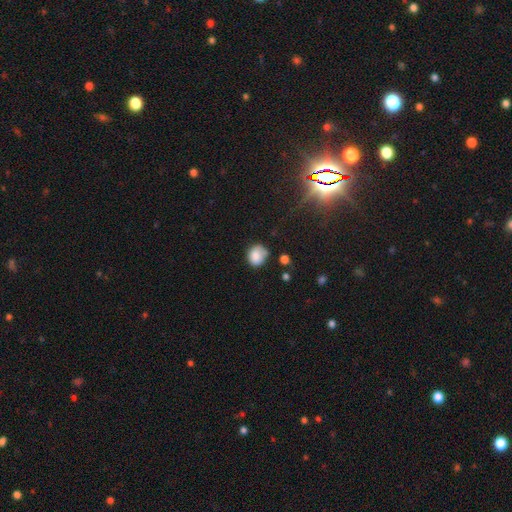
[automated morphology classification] The model was most divided on "merging": none: 56%, minor disturbance: 29%, major disturbance: 8%, merger: 7%. More confident: smooth or featured — smooth (81%); how rounded — round (65%).